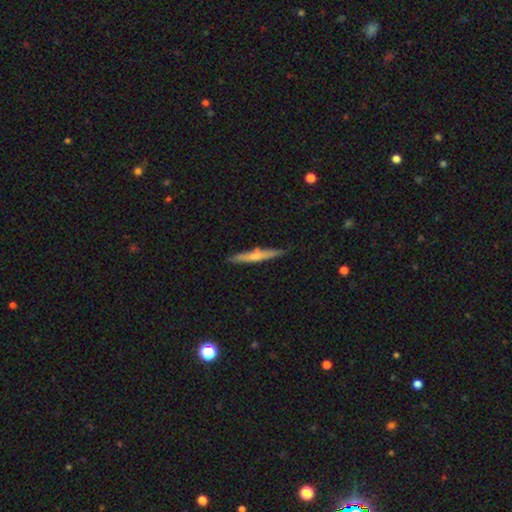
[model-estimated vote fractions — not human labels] Overall: smooth (57%; featured or disk 38%). How rounded: cigar-shaped (94%). Merging: none (83%).